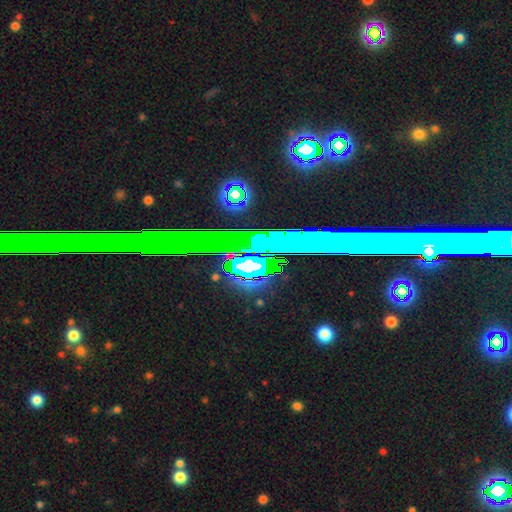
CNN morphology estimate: The model was most divided on "smooth or featured": star or artifact: 66%, featured or disk: 18%, smooth: 16%.